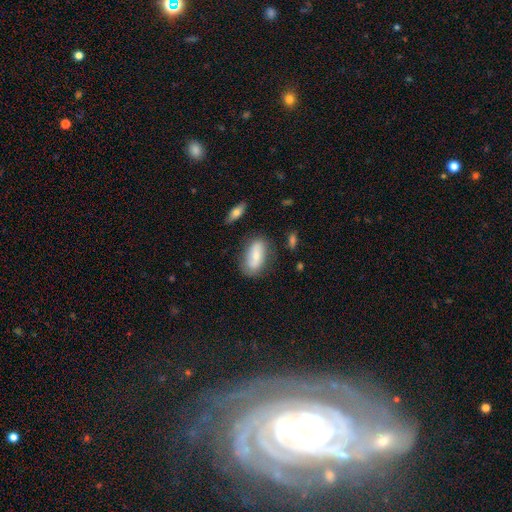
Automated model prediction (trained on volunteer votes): Smooth or featured? Predicted: smooth (p=0.63). How rounded? Predicted: in between (p=0.86). Merging? Predicted: none (p=0.71).